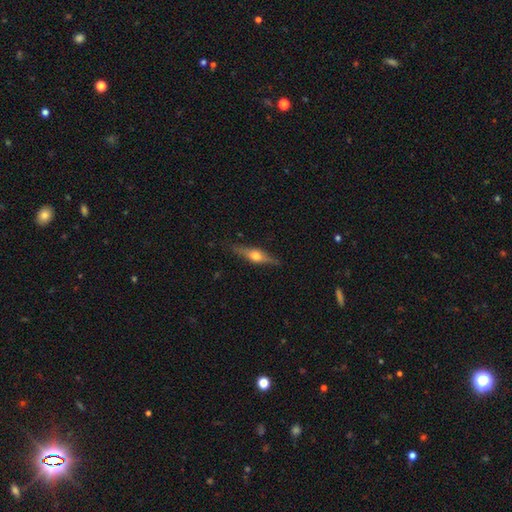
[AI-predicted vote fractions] Smooth or featured? Predicted: featured or disk (p=0.72). Edge-on disk? Predicted: yes (p=0.96). Edge-on bulge? Predicted: rounded (p=0.95). Merging? Predicted: none (p=0.87).